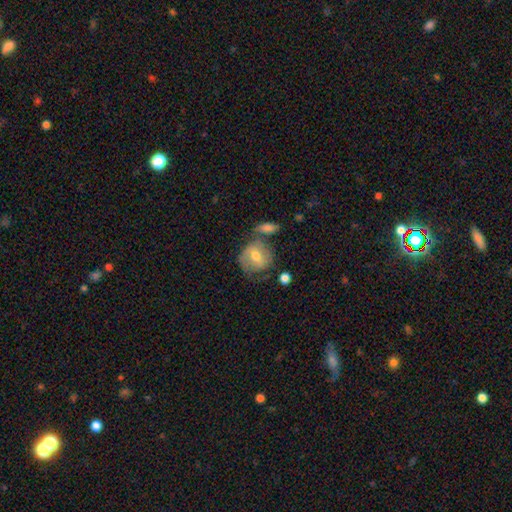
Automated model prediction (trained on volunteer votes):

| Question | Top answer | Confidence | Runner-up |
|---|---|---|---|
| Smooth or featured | smooth | 51% | featured or disk (43%) |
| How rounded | round | 73% | in between (26%) |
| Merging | none | 51% | minor disturbance (21%) |